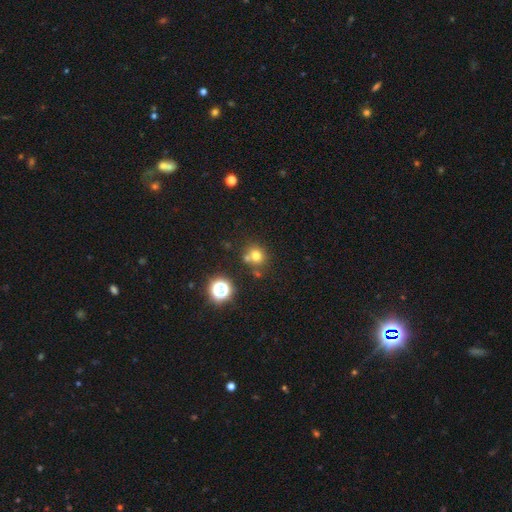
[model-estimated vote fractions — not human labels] Morphology: type=smooth (71%); roundness=round (86%); merging=none (65%).